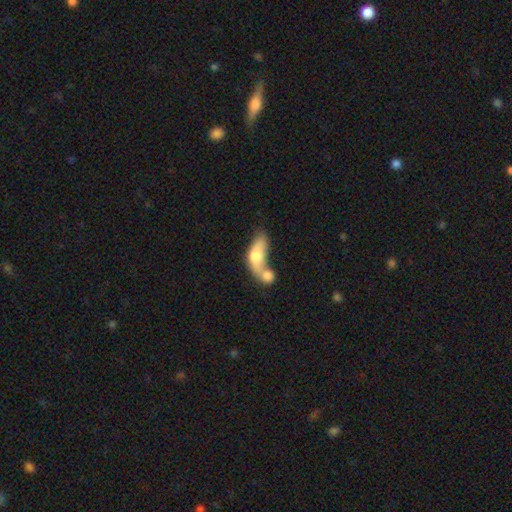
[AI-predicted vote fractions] The model was most divided on "smooth or featured": smooth: 66%, featured or disk: 28%, star or artifact: 6%. More confident: how rounded — in between (76%); merging — merger (74%).